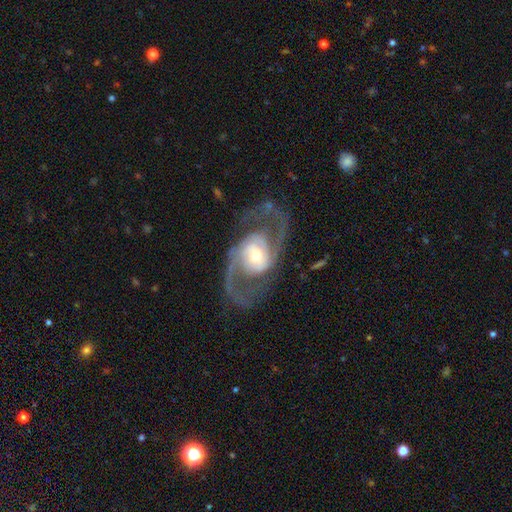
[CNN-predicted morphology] A featured or disk galaxy (89%) with no bar (46%), 2 (91%) medium (53%) spiral arms (95%) and a moderate central bulge (56%). Merging: none (71%).